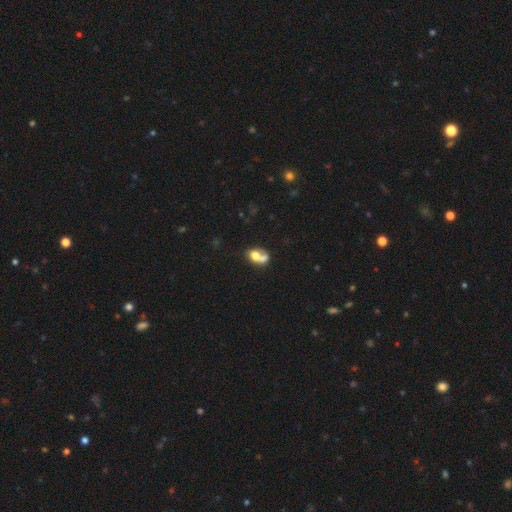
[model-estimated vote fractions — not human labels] A smooth galaxy with no disk features (65%) that is in between round and cigar-shaped (63%). Merging: merger (62%).